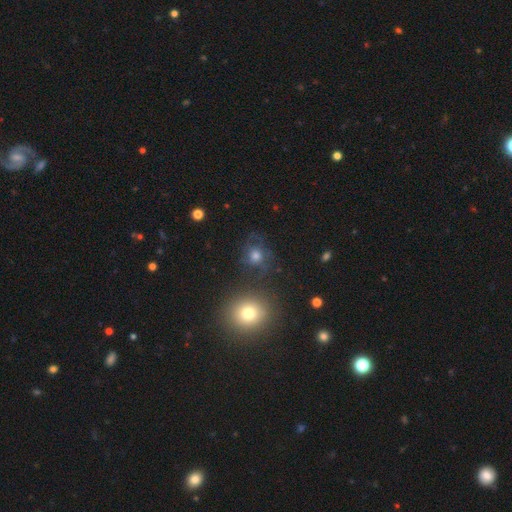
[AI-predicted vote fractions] A smooth galaxy with no disk features (57%) that is round (82%). Merging: none (66%).